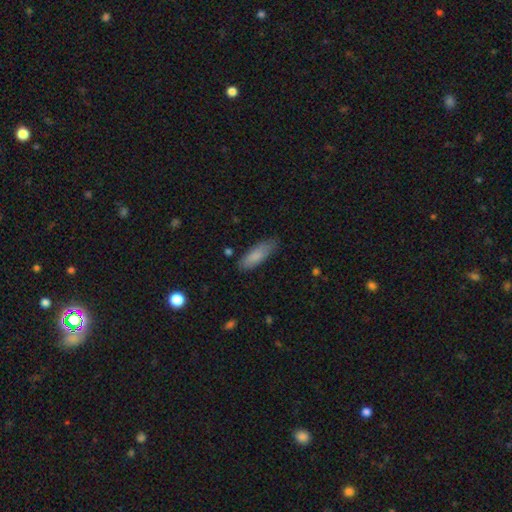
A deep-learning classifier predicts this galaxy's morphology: This appears to be a smooth galaxy with no disk features (83%) that is in between round and cigar-shaped (54%). Merging: none (76%).